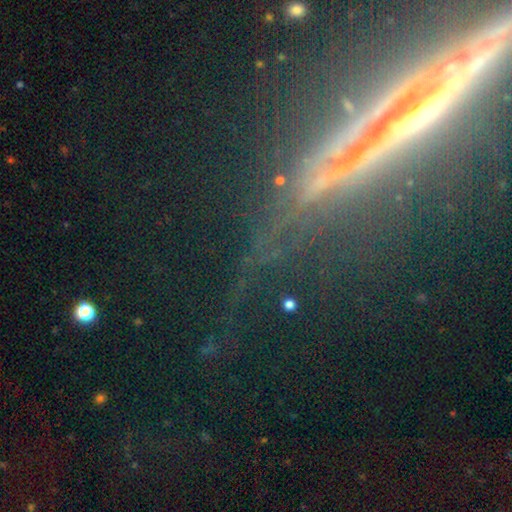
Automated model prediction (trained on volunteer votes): Morphology: type=star or artifact (49%).